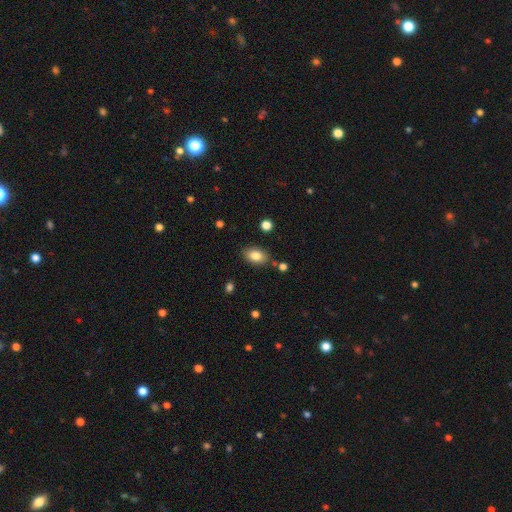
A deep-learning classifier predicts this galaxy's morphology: type=smooth (83%); roundness=in between (88%); merging=none (80%).